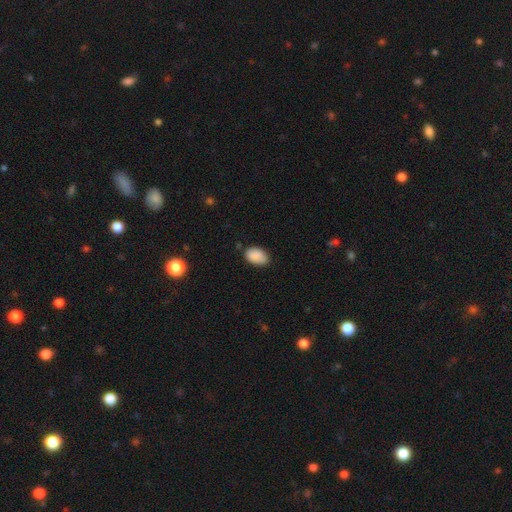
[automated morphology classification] Q: Smooth or featured?
A: smooth (89%); runner-up: star or artifact (7%)
Q: How rounded?
A: in between (89%); runner-up: round (10%)
Q: Merging?
A: none (75%); runner-up: minor disturbance (20%)